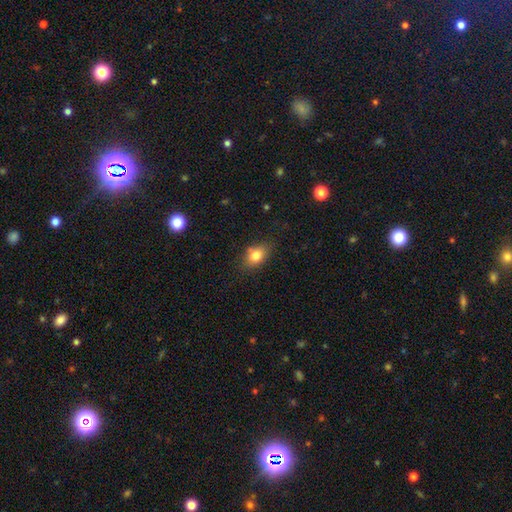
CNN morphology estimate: Q: Smooth or featured?
A: smooth (79%); runner-up: featured or disk (10%)
Q: How rounded?
A: in between (76%); runner-up: round (21%)
Q: Merging?
A: none (76%); runner-up: minor disturbance (17%)